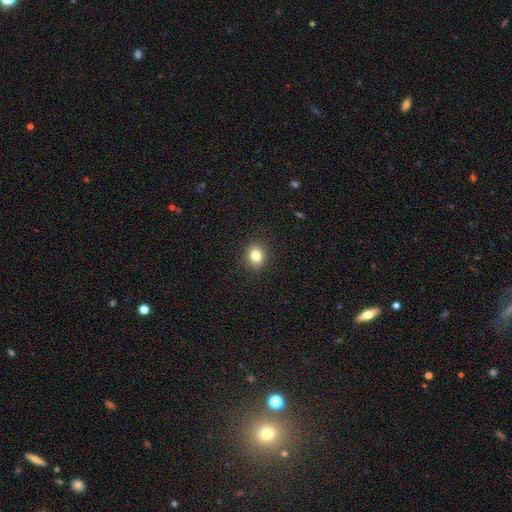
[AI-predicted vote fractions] smooth 83%, star or artifact 11%, featured or disk 6%. Down the decision tree: how rounded — round (66%); merging — none (90%).